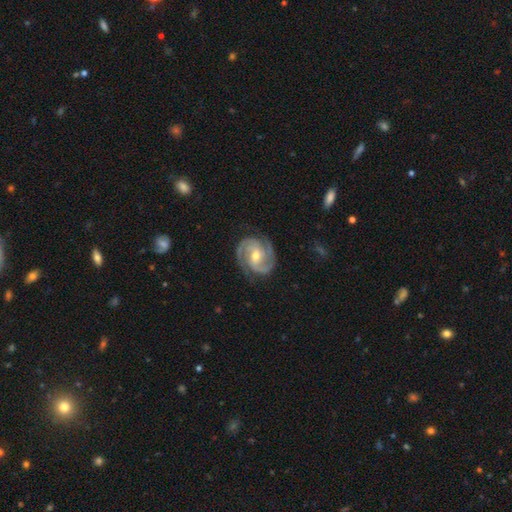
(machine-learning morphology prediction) This appears to be a featured or disk galaxy (92%) with a weak bar (44%), 2 (77%) tight (50%) spiral arms (98%) and a moderate central bulge (60%). Merging: none (81%).